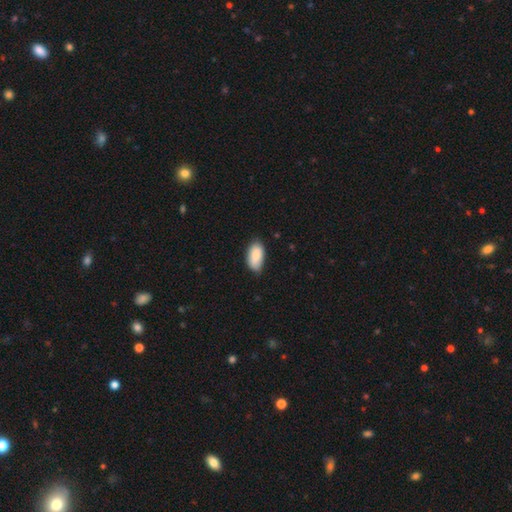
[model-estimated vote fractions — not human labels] Smooth or featured: smooth — 87% (featured or disk — 6%)
How rounded: in between — 95% (cigar-shaped — 3%)
Merging: none — 71% (minor disturbance — 25%)